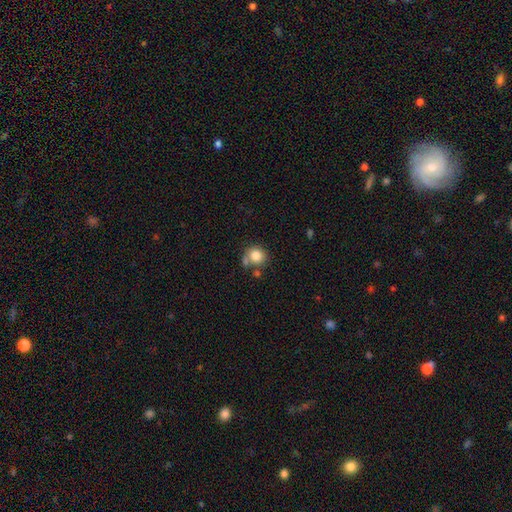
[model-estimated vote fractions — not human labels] Smooth or featured? smooth (82%)
How rounded? round (86%)
Merging? none (59%)